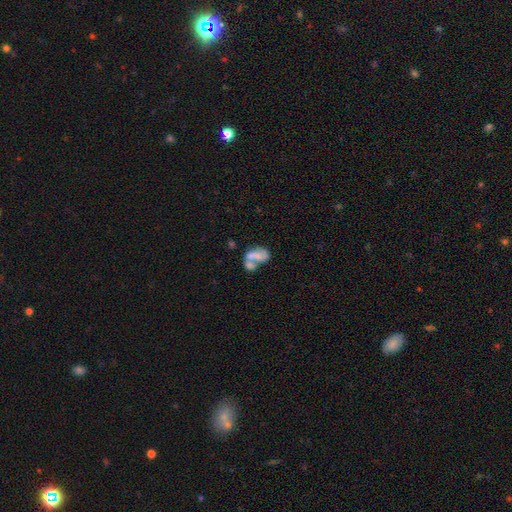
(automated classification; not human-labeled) smooth-or-featured: featured or disk: 46% | smooth: 44% | star or artifact: 10%
  merging: merger: 61% | none: 17% | major disturbance: 13% | minor disturbance: 9%